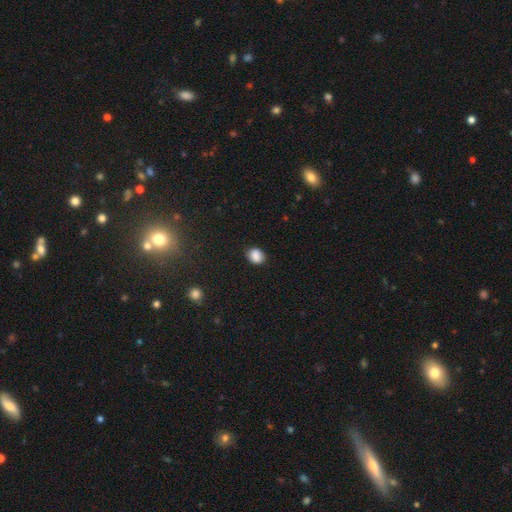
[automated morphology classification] Overall: smooth (87%). How rounded: in between (52%; round 47%). Merging: none (84%).